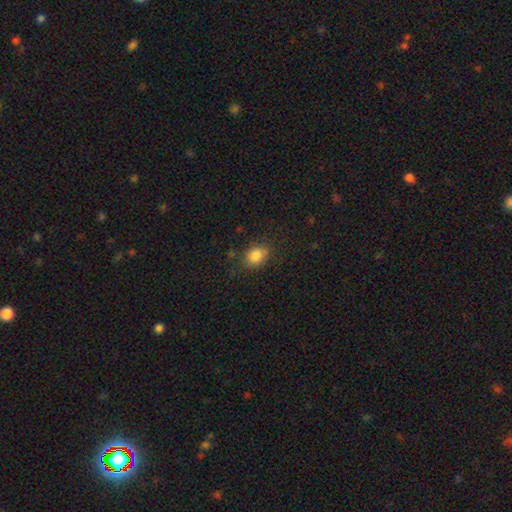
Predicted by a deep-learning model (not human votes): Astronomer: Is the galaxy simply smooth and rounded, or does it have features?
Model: smooth — 84%.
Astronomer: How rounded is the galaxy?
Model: in between — 59% (runner-up: round, 39%).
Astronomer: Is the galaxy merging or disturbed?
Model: none — 76%.